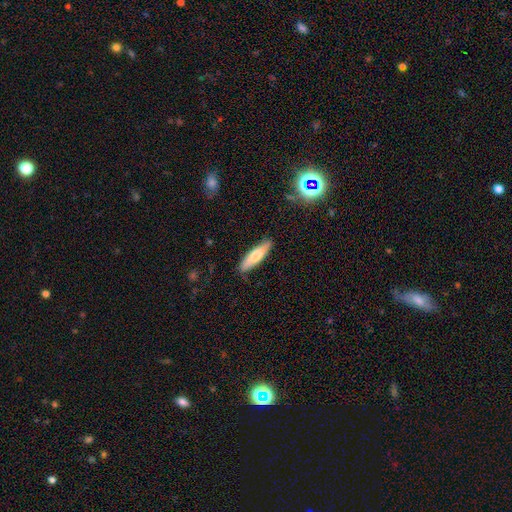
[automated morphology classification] smooth_or_featured: smooth (p=0.73) [alt: featured or disk p=0.21]
how_rounded: cigar-shaped (p=0.68) [alt: in between p=0.30]
merging: none (p=0.85) [alt: minor disturbance p=0.12]